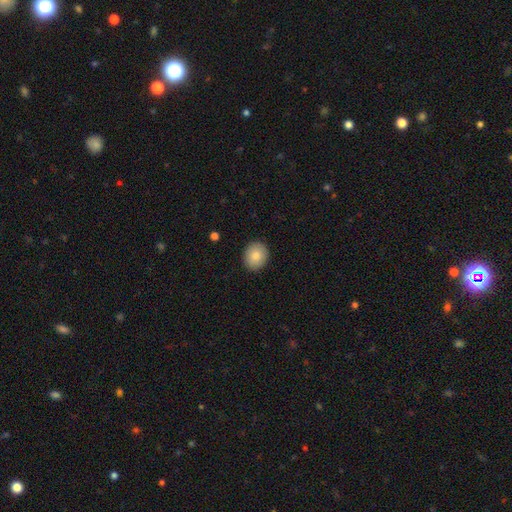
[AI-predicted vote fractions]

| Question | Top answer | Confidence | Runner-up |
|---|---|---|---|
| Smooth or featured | smooth | 83% | featured or disk (10%) |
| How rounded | round | 68% | in between (31%) |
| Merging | none | 91% | minor disturbance (7%) |